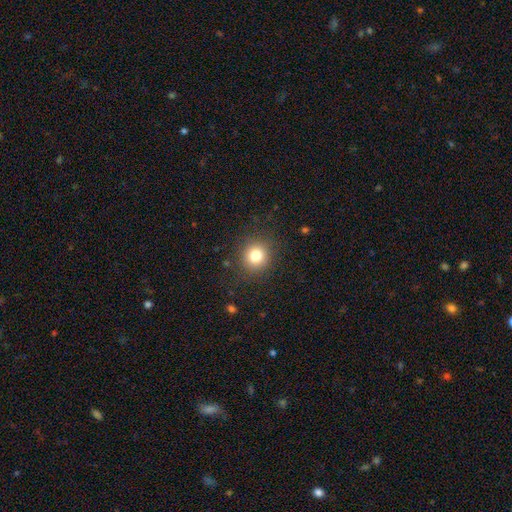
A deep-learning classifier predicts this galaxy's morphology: type=smooth (80%); roundness=round (90%); merging=none (88%).